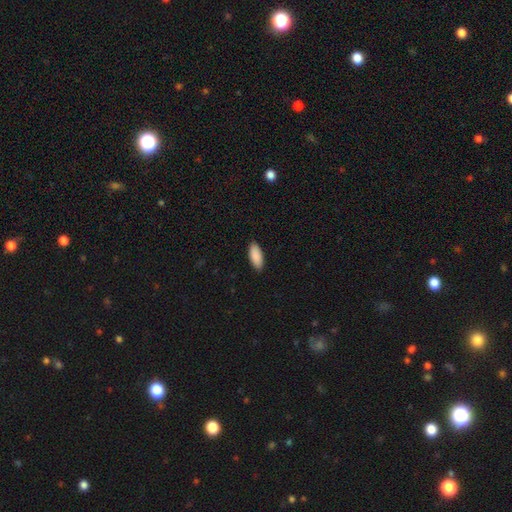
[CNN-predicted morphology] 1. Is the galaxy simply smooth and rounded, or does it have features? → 90% smooth, 6% star or artifact, 4% featured or disk.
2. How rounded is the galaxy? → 82% in between, 16% cigar-shaped, 2% round.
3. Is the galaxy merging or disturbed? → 89% none, 8% minor disturbance, 2% major disturbance, 1% merger.